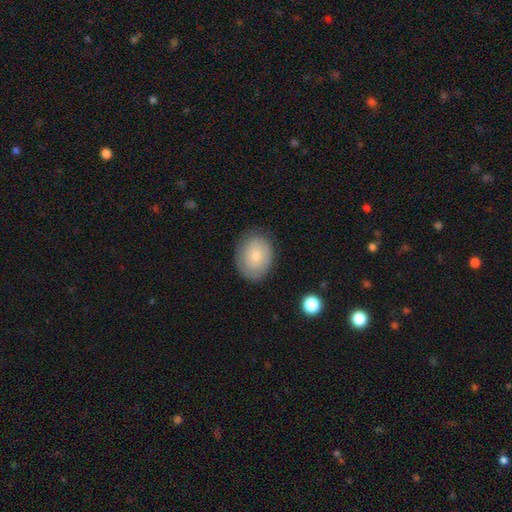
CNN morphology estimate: Smooth or featured? smooth (72%)
How rounded? in between (55%)
Merging? none (79%)